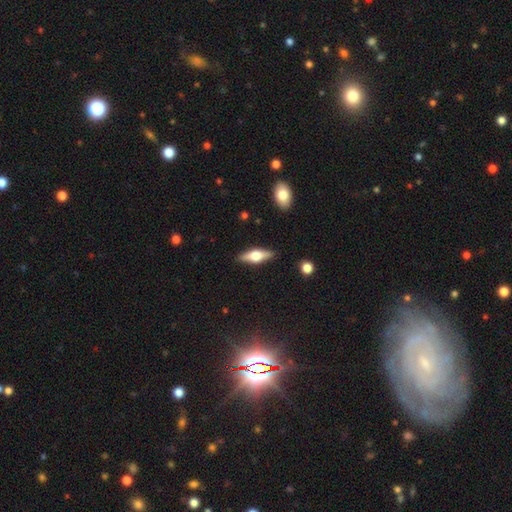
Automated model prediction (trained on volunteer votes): A featured or disk galaxy (52%) viewed edge-on (92%). Merging: none (88%).